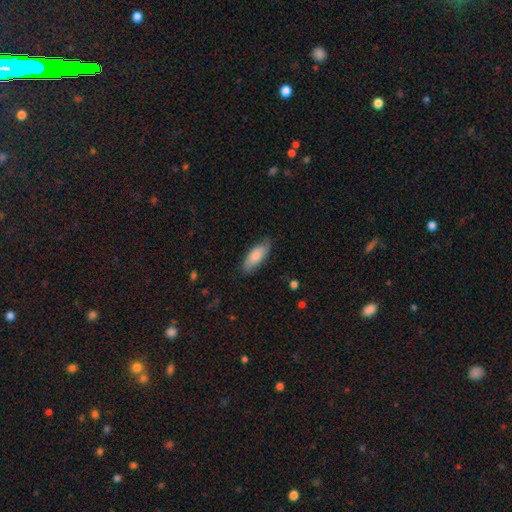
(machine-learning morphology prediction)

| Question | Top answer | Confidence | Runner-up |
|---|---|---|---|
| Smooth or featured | smooth | 76% | featured or disk (18%) |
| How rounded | in between | 76% | cigar-shaped (22%) |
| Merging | none | 72% | minor disturbance (23%) |